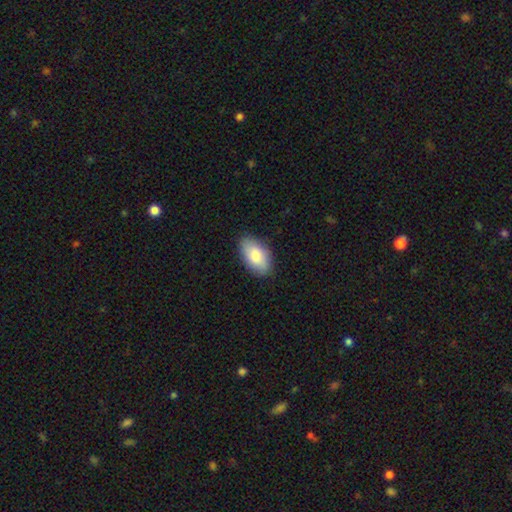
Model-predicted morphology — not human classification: smooth 83%, featured or disk 11%, star or artifact 6%. Down the decision tree: how rounded — in between (95%); merging — none (86%).